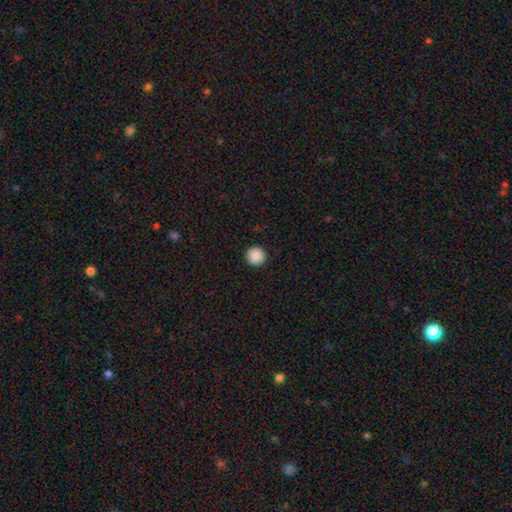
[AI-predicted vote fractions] This appears to be a smooth galaxy with no disk features (89%) that is round (96%). Merging: none (93%).